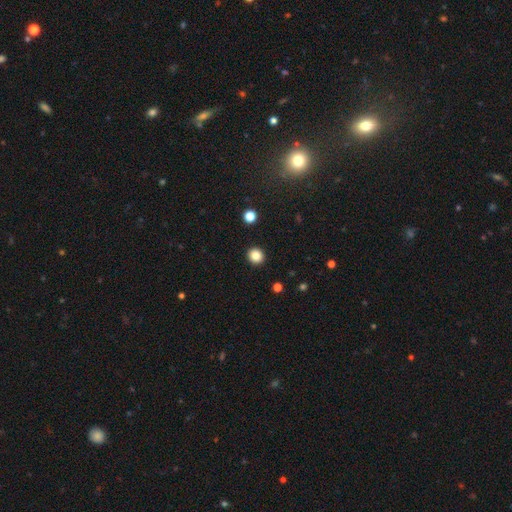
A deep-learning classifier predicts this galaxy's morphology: Smooth or featured: smooth — 85% (star or artifact — 11%)
How rounded: round — 88% (in between — 11%)
Merging: none — 93% (minor disturbance — 4%)